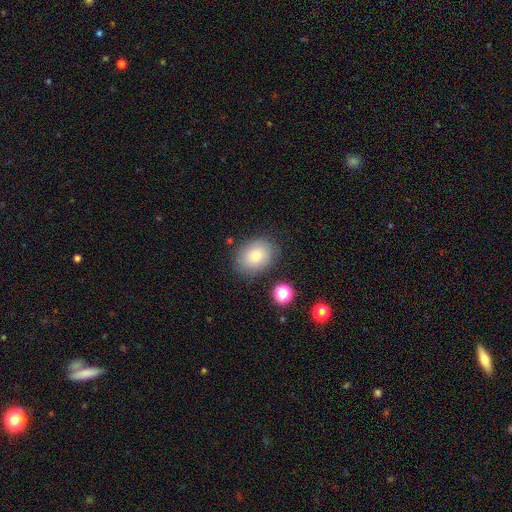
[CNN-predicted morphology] The model was most divided on "how rounded": in between: 58%, round: 41%, cigar-shaped: 1%. More confident: merging — none (80%); smooth or featured — smooth (79%).